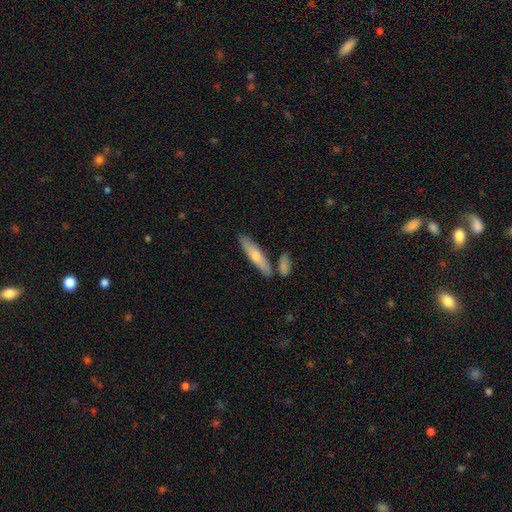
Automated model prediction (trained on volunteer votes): Smooth or featured: smooth — 57% (featured or disk — 38%)
How rounded: cigar-shaped — 82% (in between — 16%)
Merging: none — 79% (minor disturbance — 10%)